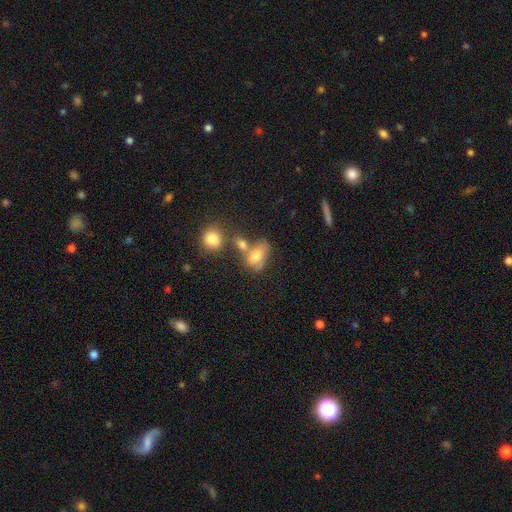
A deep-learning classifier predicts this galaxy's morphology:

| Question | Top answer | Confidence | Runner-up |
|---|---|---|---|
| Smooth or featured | smooth | 67% | featured or disk (21%) |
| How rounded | in between | 79% | round (17%) |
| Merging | merger | 40% | none (29%) |